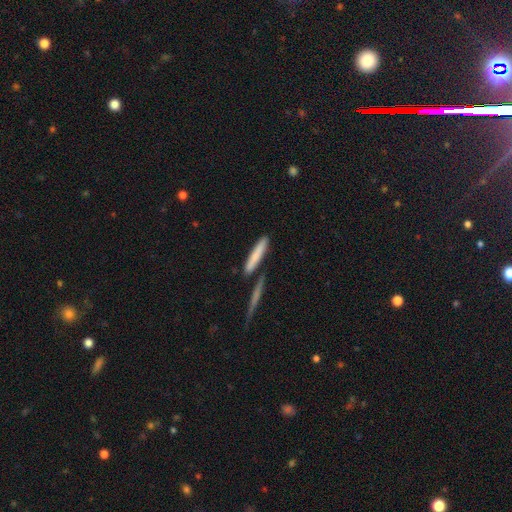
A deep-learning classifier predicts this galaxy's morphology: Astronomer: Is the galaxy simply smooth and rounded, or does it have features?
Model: smooth — 72%.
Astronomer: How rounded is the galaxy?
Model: cigar-shaped — 89%.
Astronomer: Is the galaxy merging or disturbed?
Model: none — 70%.